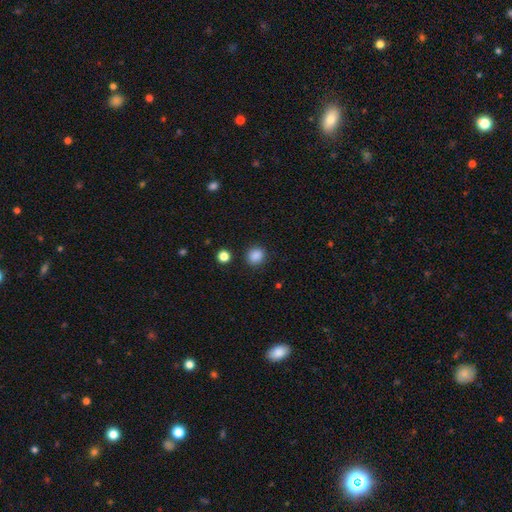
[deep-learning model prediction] Q: Smooth or featured?
A: smooth (87%); runner-up: star or artifact (10%)
Q: How rounded?
A: round (83%); runner-up: in between (16%)
Q: Merging?
A: none (88%); runner-up: minor disturbance (8%)